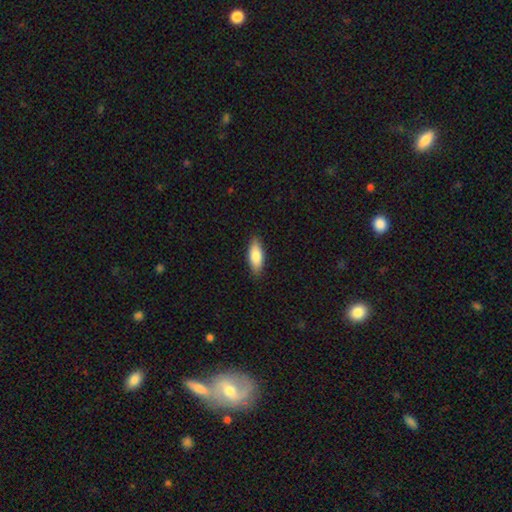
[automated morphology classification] smooth_or_featured: smooth (p=0.83) [alt: featured or disk p=0.12]
how_rounded: in between (p=0.73) [alt: cigar-shaped p=0.25]
merging: none (p=0.87) [alt: minor disturbance p=0.10]